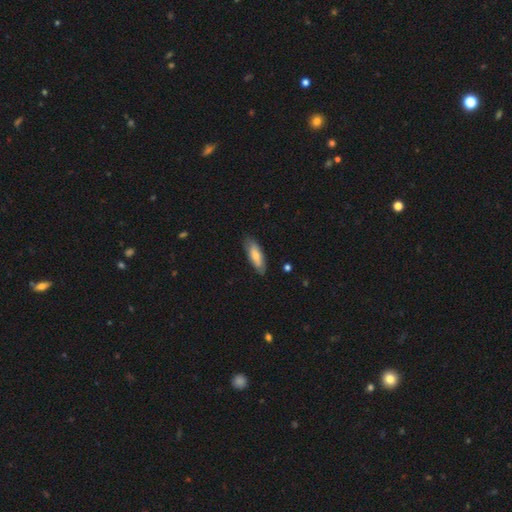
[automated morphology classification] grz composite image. It shows a smooth galaxy with no disk features (70%) that is in between round and cigar-shaped (63%). Merging: none (81%).